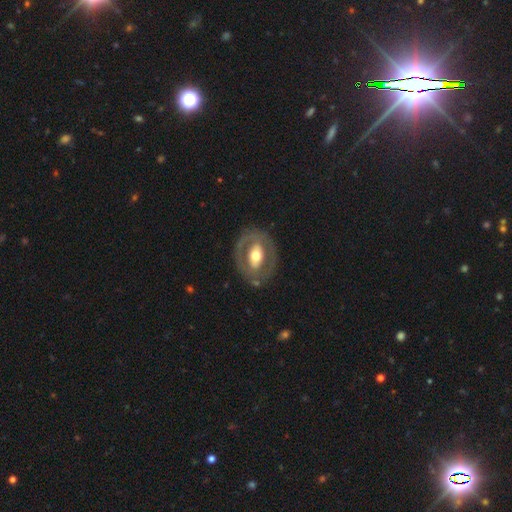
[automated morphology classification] This is likely a featured or disk galaxy (62%). It is clearly not viewed edge-on (93%). Bar: possibly no (48%). Spiral arm pattern: likely no (79%). Central bulge: likely moderate (65%). Merging: likely none (76%).